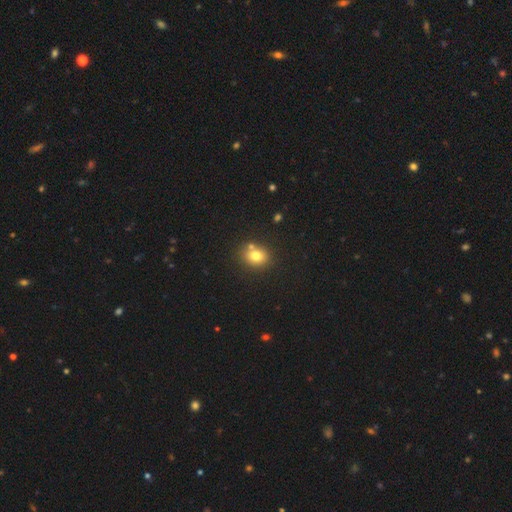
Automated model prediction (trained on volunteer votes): This appears to be a smooth galaxy with no disk features (77%) that is round (60%). Merging: none (70%).